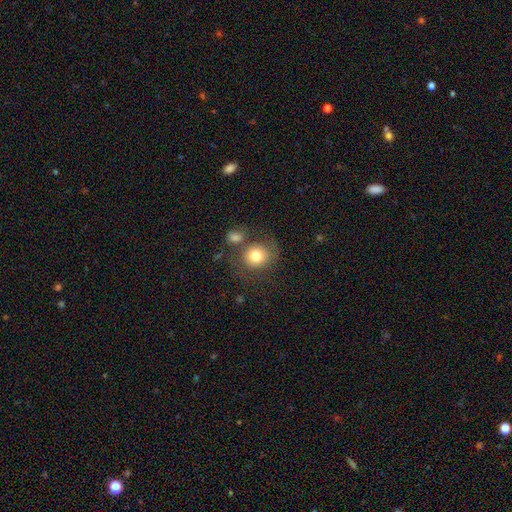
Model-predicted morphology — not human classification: The model was most divided on "merging": none: 61%, merger: 17%, minor disturbance: 15%, major disturbance: 7%. More confident: how rounded — round (81%); smooth or featured — smooth (78%).